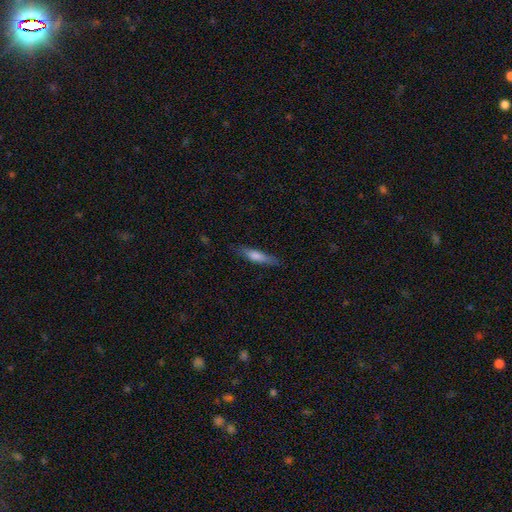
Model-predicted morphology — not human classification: A smooth galaxy with no disk features (59%) that is cigar-shaped (88%).

Vote fractions:
- Smooth or featured? smooth: 59% / featured or disk: 35% / star or artifact: 7%
- How rounded? cigar-shaped: 88% / in between: 11% / round: 2%
- Merging? none: 84% / minor disturbance: 13% / major disturbance: 3% / merger: 1%